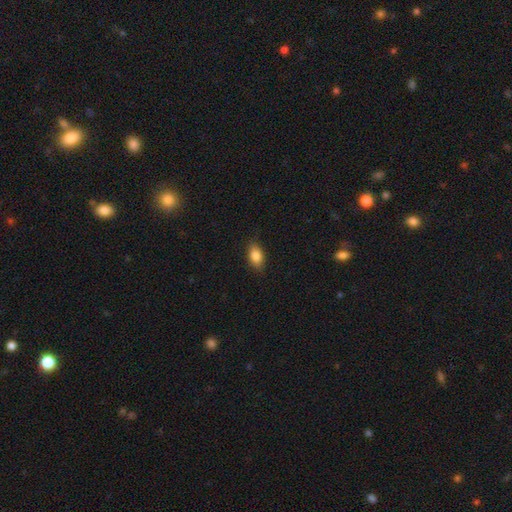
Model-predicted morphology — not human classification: smooth-or-featured: smooth: 84% | featured or disk: 8% | star or artifact: 8%
  how-rounded: in between: 88% | round: 8% | cigar-shaped: 4%
  merging: none: 84% | minor disturbance: 13% | major disturbance: 3% | merger: 1%